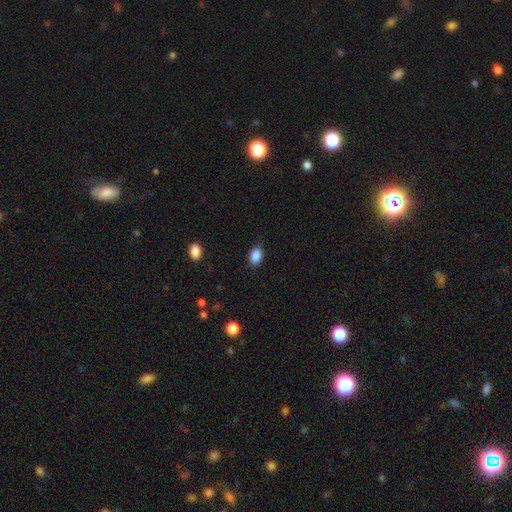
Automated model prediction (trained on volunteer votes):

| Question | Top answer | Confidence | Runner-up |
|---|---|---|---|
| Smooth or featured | smooth | 88% | star or artifact (9%) |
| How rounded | in between | 83% | round (15%) |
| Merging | none | 83% | minor disturbance (13%) |